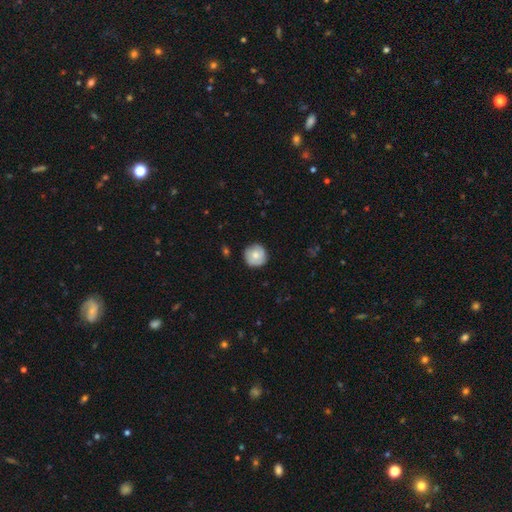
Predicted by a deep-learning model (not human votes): Q: Smooth or featured?
A: smooth (65%); runner-up: featured or disk (29%)
Q: How rounded?
A: round (94%); runner-up: in between (5%)
Q: Merging?
A: none (82%); runner-up: minor disturbance (14%)